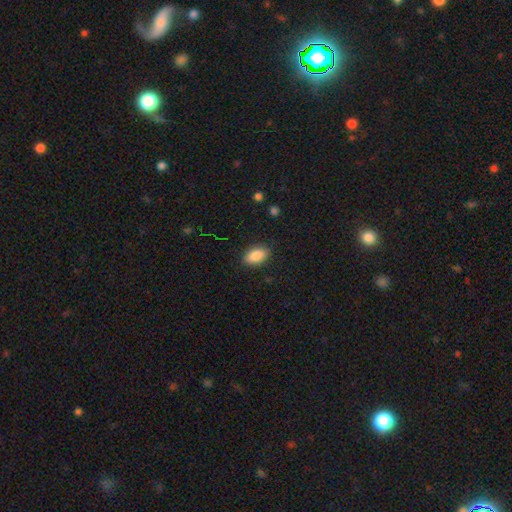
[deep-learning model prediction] smooth-or-featured: smooth: 88% | star or artifact: 7% | featured or disk: 5%
  how-rounded: in between: 91% | round: 6% | cigar-shaped: 3%
  merging: none: 88% | minor disturbance: 9% | major disturbance: 2% | merger: 1%